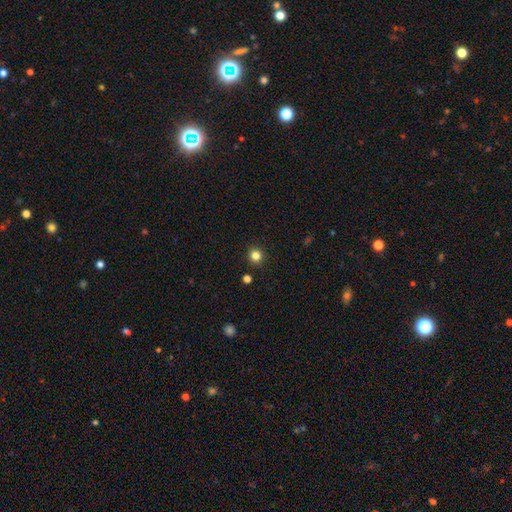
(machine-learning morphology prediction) Smooth or featured: smooth — 83% (star or artifact — 13%)
How rounded: round — 93% (in between — 6%)
Merging: none — 91% (minor disturbance — 5%)